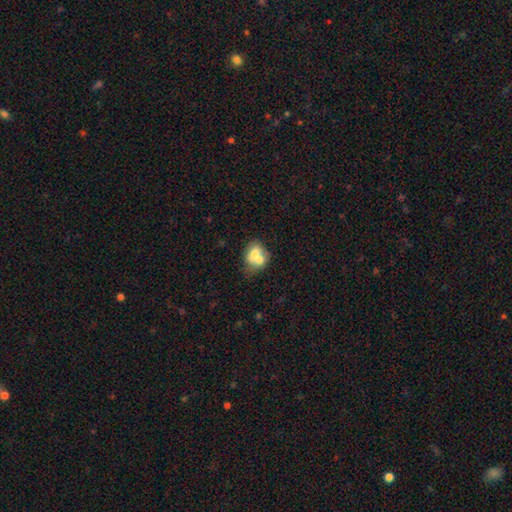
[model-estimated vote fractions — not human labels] Smooth or featured? Predicted: smooth (p=0.65). How rounded? Predicted: in between (p=0.59). Merging? Predicted: merger (p=0.61).